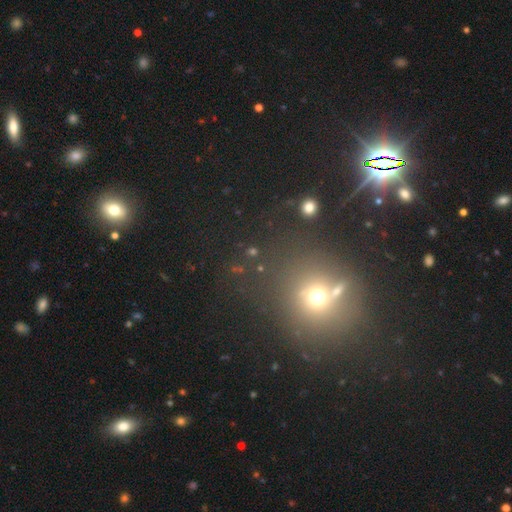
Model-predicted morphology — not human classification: Smooth or featured? star or artifact (46%)